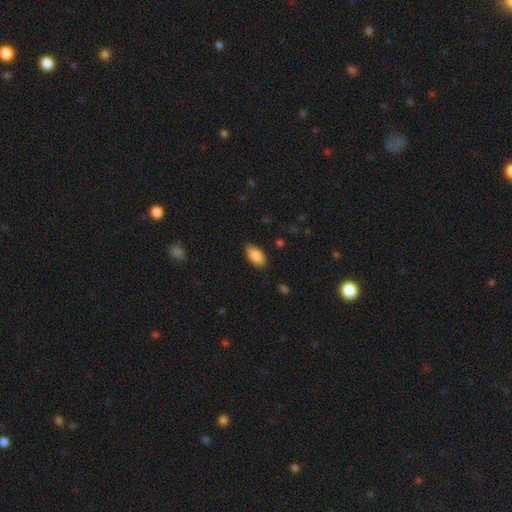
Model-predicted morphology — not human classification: type=smooth (88%); roundness=in between (93%); merging=none (83%).